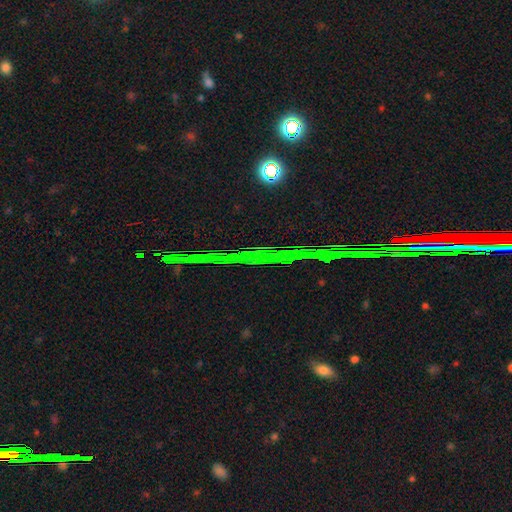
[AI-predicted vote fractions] star or artifact 80%, featured or disk 11%, smooth 9%.